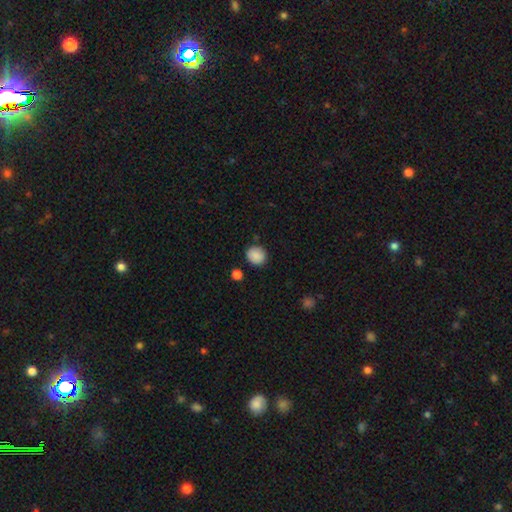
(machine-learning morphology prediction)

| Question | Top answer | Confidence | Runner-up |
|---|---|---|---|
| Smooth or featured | smooth | 89% | star or artifact (8%) |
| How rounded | round | 83% | in between (16%) |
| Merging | none | 84% | minor disturbance (10%) |